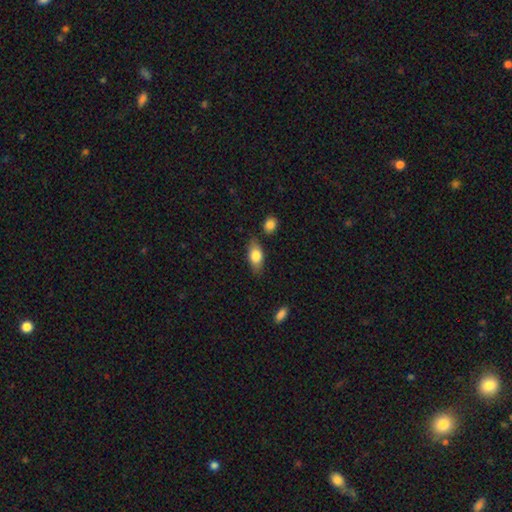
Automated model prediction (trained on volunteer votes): This is likely a smooth galaxy (77%). How rounded: clearly in between (85%). Merging: likely none (78%).